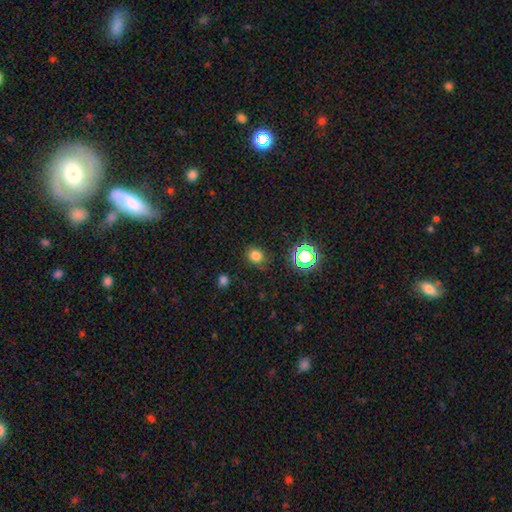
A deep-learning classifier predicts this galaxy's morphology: A smooth galaxy with no disk features (76%) that is round (74%).

Vote fractions:
- Smooth or featured? smooth: 76% / star or artifact: 19% / featured or disk: 6%
- How rounded? round: 74% / in between: 25% / cigar-shaped: 1%
- Merging? none: 84% / minor disturbance: 11% / major disturbance: 4% / merger: 2%